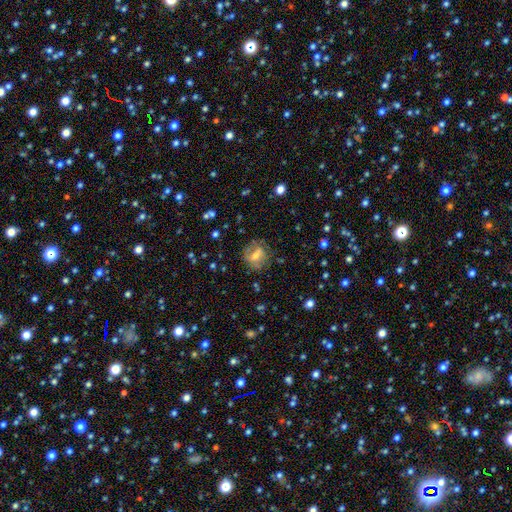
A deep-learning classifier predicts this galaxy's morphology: Smooth or featured?
  - featured or disk: 47% *
  - smooth: 42%
  - star or artifact: 11%
Merging?
  - none: 68% *
  - minor disturbance: 19%
  - major disturbance: 10%
  - merger: 2%